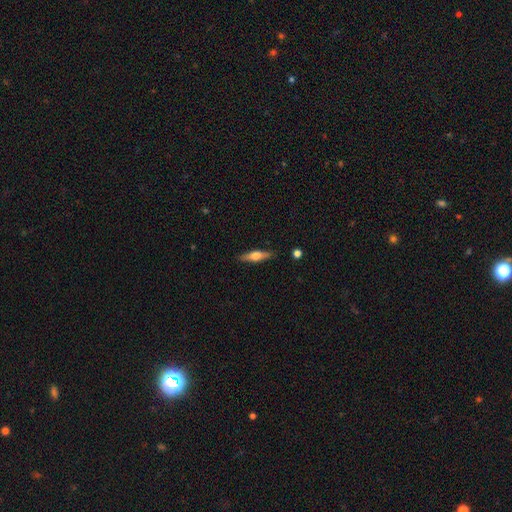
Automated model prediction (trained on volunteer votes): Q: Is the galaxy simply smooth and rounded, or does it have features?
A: featured or disk — 51%.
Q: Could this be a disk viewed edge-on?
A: yes — 95%.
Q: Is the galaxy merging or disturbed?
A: none — 88%.